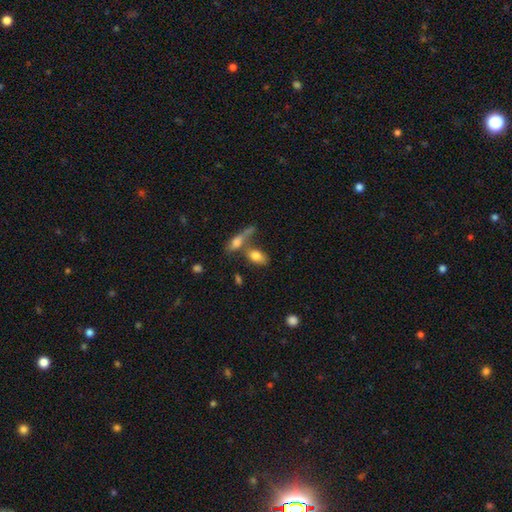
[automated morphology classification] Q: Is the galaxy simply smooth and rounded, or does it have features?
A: smooth — 79%.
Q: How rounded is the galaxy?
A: in between — 88%.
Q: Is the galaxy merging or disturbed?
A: none — 46%.